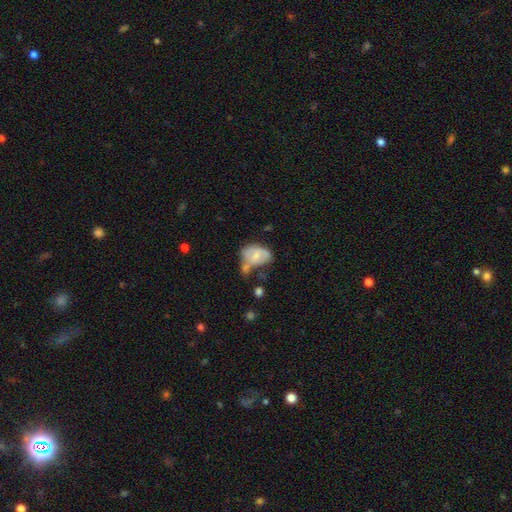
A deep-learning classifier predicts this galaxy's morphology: This is possibly a smooth galaxy (58%). How rounded: clearly in between (81%). Merging: marginally merger (31%).